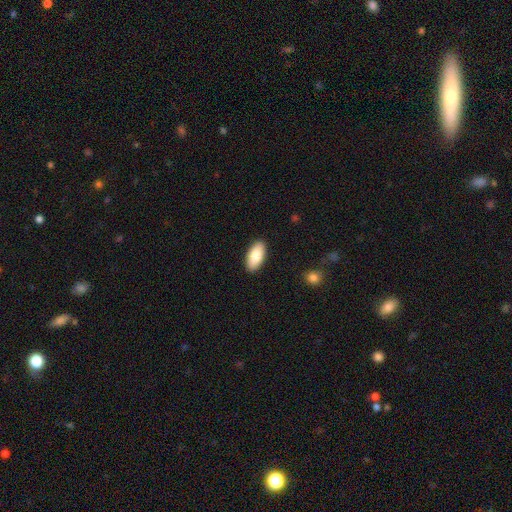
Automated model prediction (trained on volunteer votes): A smooth galaxy with no disk features (82%) that is in between round and cigar-shaped (92%). Merging: none (90%).